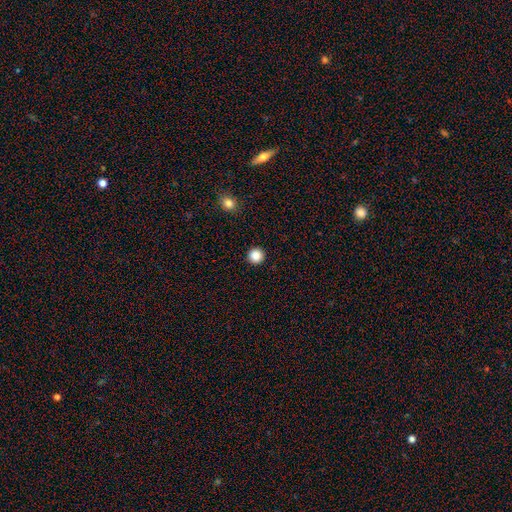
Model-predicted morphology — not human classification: smooth 87%, star or artifact 10%, featured or disk 3%. Down the decision tree: how rounded — round (96%); merging — none (94%).